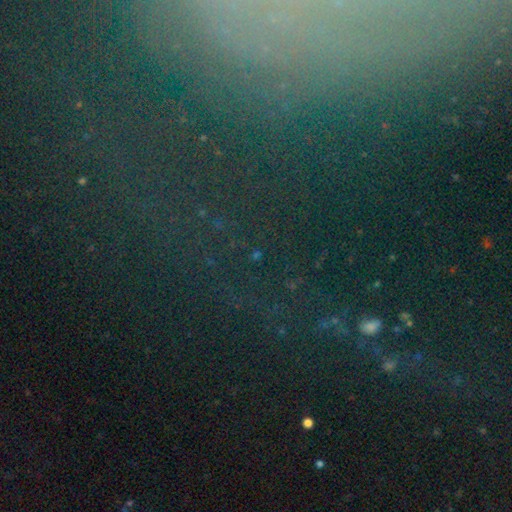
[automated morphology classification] Smooth or featured: star or artifact — 79% (smooth — 13%)